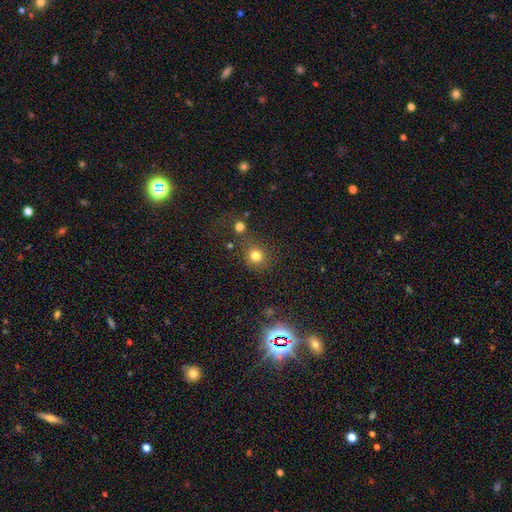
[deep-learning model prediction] A smooth galaxy with no disk features (78%) that is round (88%).

Vote fractions:
- Smooth or featured? smooth: 78% / star or artifact: 16% / featured or disk: 6%
- How rounded? round: 88% / in between: 11% / cigar-shaped: 1%
- Merging? none: 75% / minor disturbance: 10% / merger: 10% / major disturbance: 5%